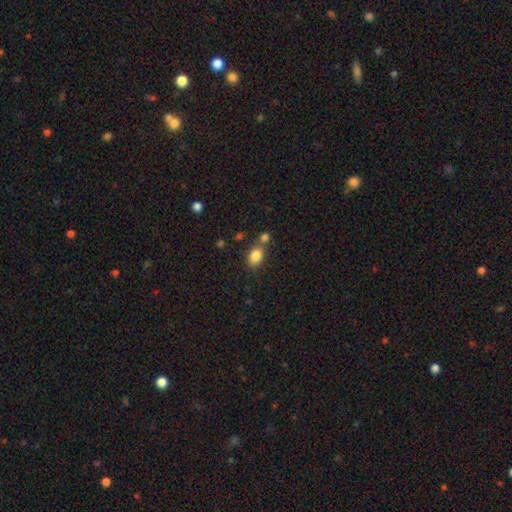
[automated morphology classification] Smooth or featured?
  - smooth: 84% *
  - star or artifact: 9%
  - featured or disk: 6%
How rounded?
  - in between: 75% *
  - round: 24%
  - cigar-shaped: 1%
Merging?
  - none: 60% *
  - merger: 25%
  - minor disturbance: 12%
  - major disturbance: 4%